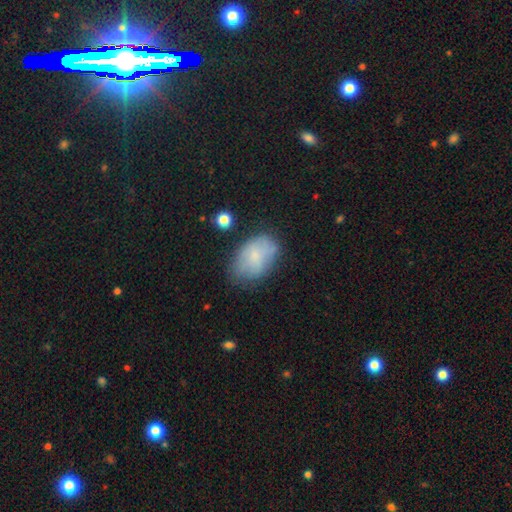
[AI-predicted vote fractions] Smooth or featured?
  - smooth: 70% *
  - featured or disk: 22%
  - star or artifact: 8%
How rounded?
  - in between: 87% *
  - round: 11%
  - cigar-shaped: 1%
Merging?
  - none: 60% *
  - minor disturbance: 28%
  - major disturbance: 9%
  - merger: 4%